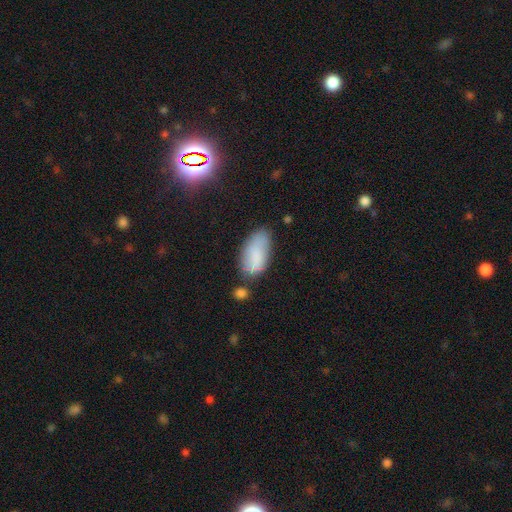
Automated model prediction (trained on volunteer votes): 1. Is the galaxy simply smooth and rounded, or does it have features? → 78% smooth, 14% featured or disk, 9% star or artifact.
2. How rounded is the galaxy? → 92% in between, 6% cigar-shaped, 3% round.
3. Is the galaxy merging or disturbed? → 58% none, 27% minor disturbance, 8% major disturbance, 7% merger.